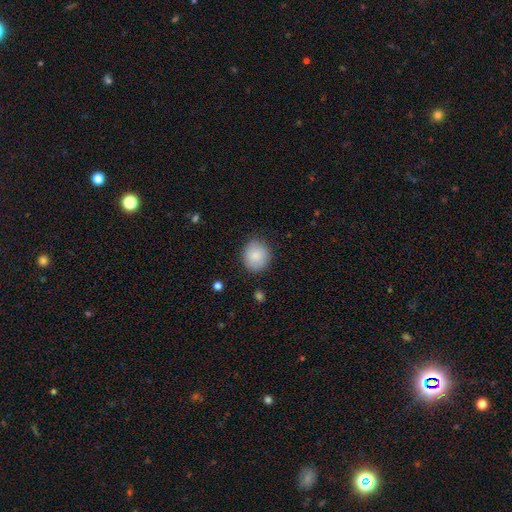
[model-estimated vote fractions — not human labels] Morphology: type=smooth (86%); roundness=round (77%); merging=none (83%).